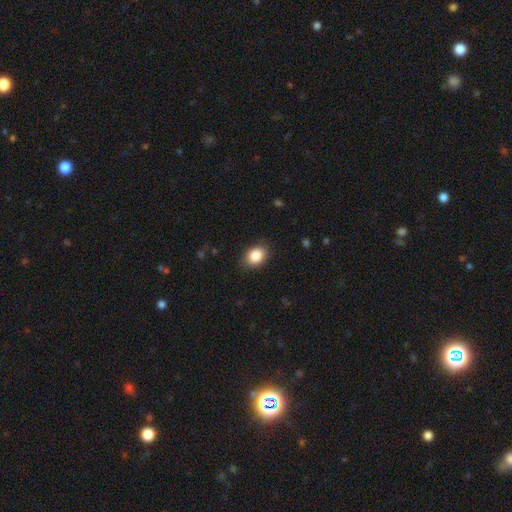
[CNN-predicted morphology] A smooth galaxy with no disk features (86%) that is in between round and cigar-shaped (67%).

Vote fractions:
- Smooth or featured? smooth: 86% / star or artifact: 8% / featured or disk: 6%
- How rounded? in between: 67% / round: 32% / cigar-shaped: 1%
- Merging? none: 86% / minor disturbance: 11% / major disturbance: 3% / merger: 1%